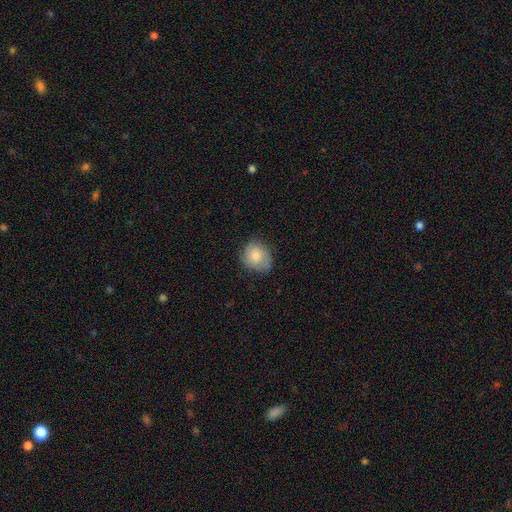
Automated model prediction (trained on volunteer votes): Q: Smooth or featured?
A: smooth (67%); runner-up: featured or disk (25%)
Q: How rounded?
A: round (69%); runner-up: in between (30%)
Q: Merging?
A: none (65%); runner-up: minor disturbance (26%)